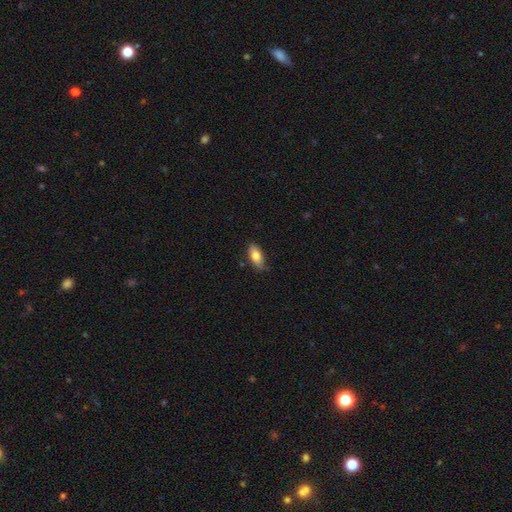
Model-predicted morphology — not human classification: Overall: smooth (78%). How rounded: in between (86%). Merging: none (78%).